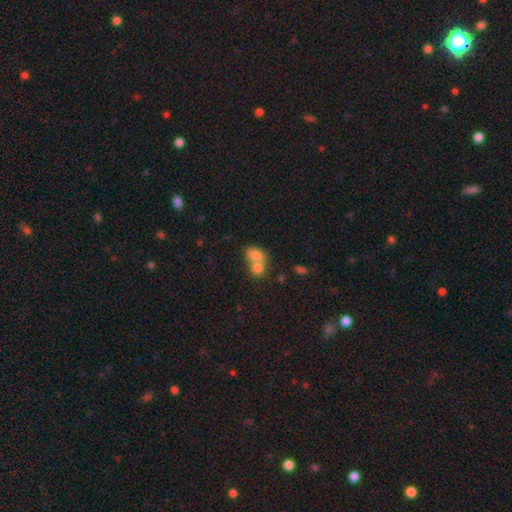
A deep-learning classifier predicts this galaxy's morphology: Smooth or featured: smooth — 77% (featured or disk — 14%)
How rounded: in between — 60% (round — 39%)
Merging: merger — 72% (none — 19%)